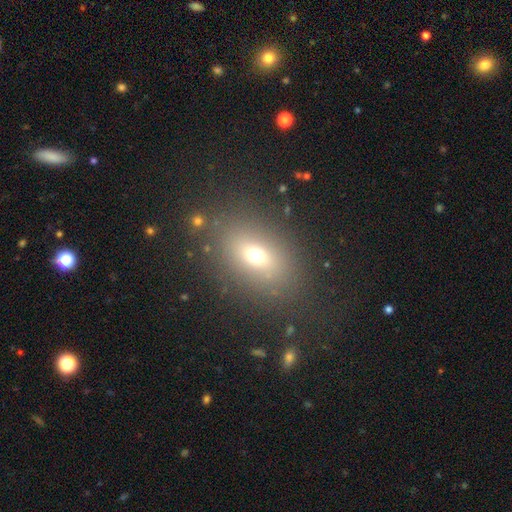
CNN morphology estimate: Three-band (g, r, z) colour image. It shows a smooth galaxy with no disk features (65%) that is in between round and cigar-shaped (71%). Merging: none (82%).